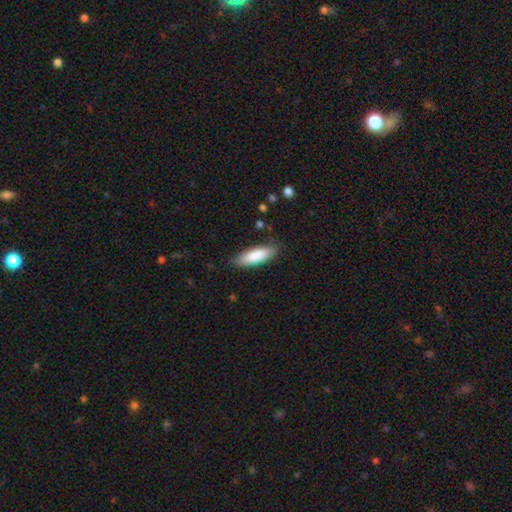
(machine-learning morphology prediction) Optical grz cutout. It shows a smooth galaxy with no disk features (85%) that is in between round and cigar-shaped (57%). Merging: none (85%).